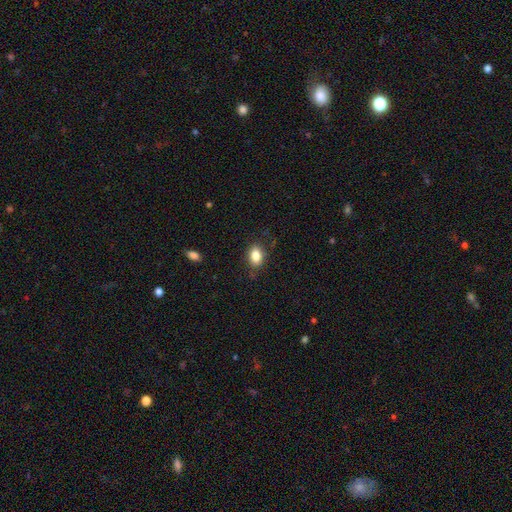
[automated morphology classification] Overall: smooth (84%). How rounded: in between (82%). Merging: none (83%).